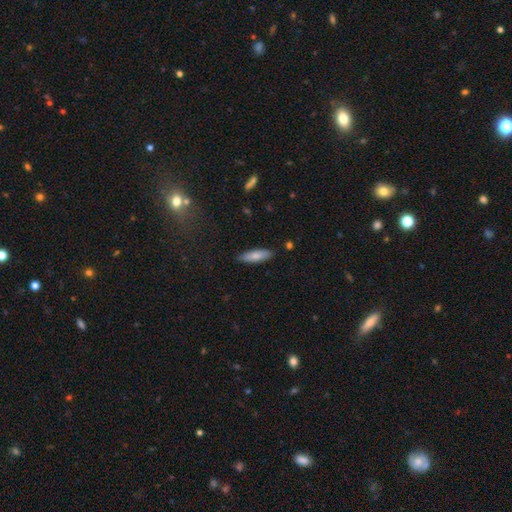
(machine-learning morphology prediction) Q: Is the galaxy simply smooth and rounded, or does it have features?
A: smooth — 78%.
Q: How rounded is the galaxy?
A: cigar-shaped — 55%.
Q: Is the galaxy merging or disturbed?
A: none — 87%.